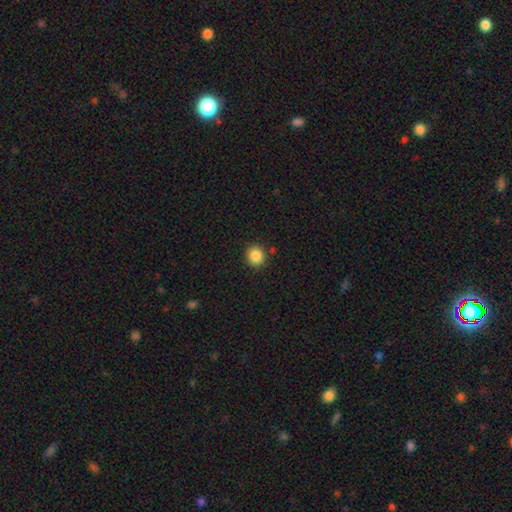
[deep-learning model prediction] smooth-or-featured: smooth: 87% | star or artifact: 9% | featured or disk: 4%
  how-rounded: round: 84% | in between: 15% | cigar-shaped: 1%
  merging: none: 87% | minor disturbance: 8% | merger: 2% | major disturbance: 2%